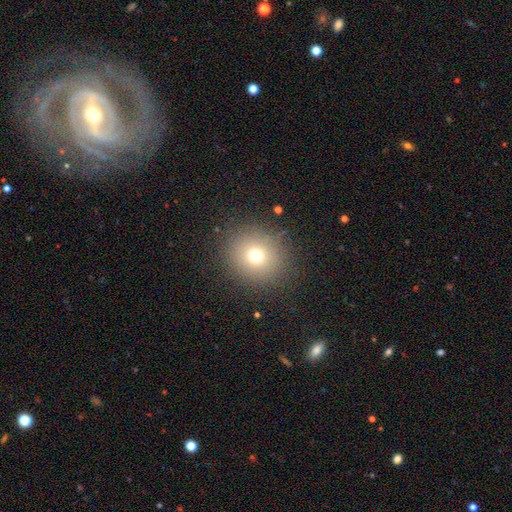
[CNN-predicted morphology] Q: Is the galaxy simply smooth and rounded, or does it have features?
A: smooth — 70%.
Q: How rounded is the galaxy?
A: round — 89%.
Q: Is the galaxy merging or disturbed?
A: none — 87%.